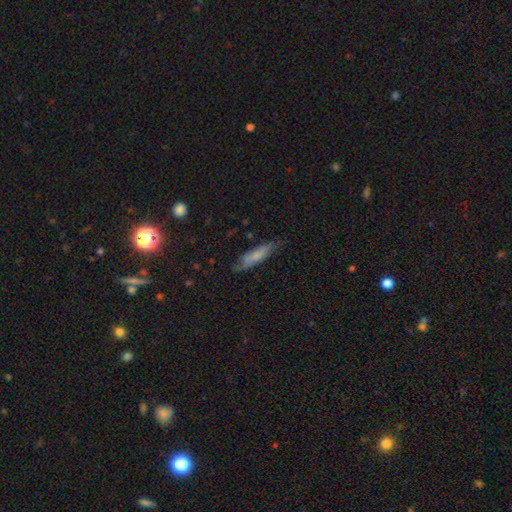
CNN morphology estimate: Q: Smooth or featured?
A: smooth (63%); runner-up: featured or disk (30%)
Q: How rounded?
A: cigar-shaped (75%); runner-up: in between (23%)
Q: Merging?
A: none (69%); runner-up: minor disturbance (23%)